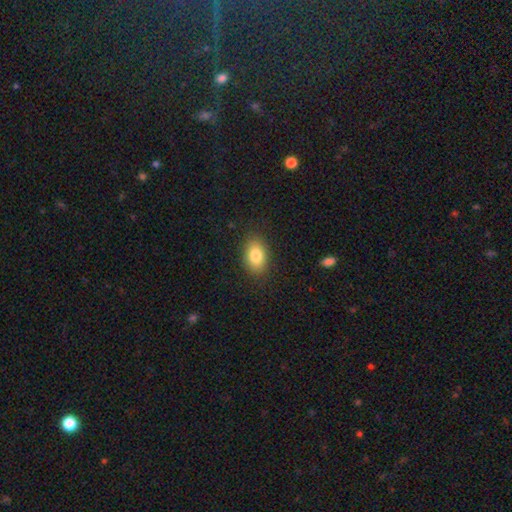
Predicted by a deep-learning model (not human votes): Smooth or featured? smooth (83%)
How rounded? in between (86%)
Merging? none (87%)